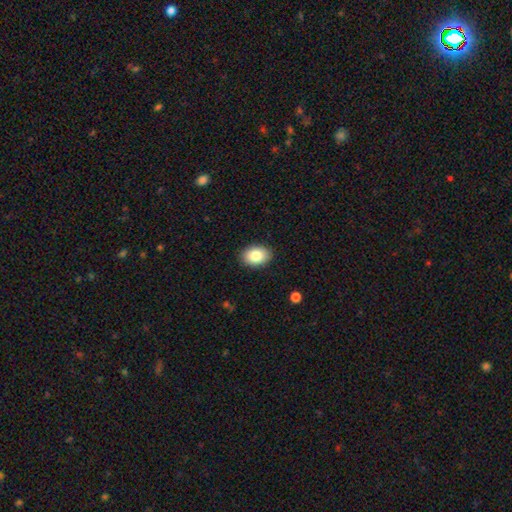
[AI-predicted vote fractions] The model was most divided on "how rounded": in between: 80%, round: 19%, cigar-shaped: 1%. More confident: merging — none (89%); smooth or featured — smooth (84%).